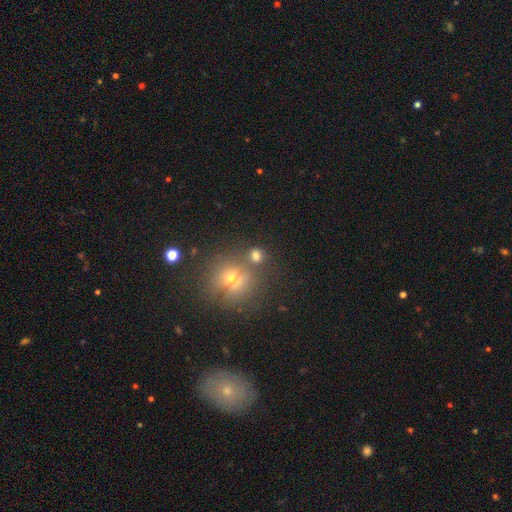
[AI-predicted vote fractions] Smooth or featured: smooth — 68% (star or artifact — 21%)
How rounded: round — 76% (in between — 22%)
Merging: none — 66% (merger — 18%)